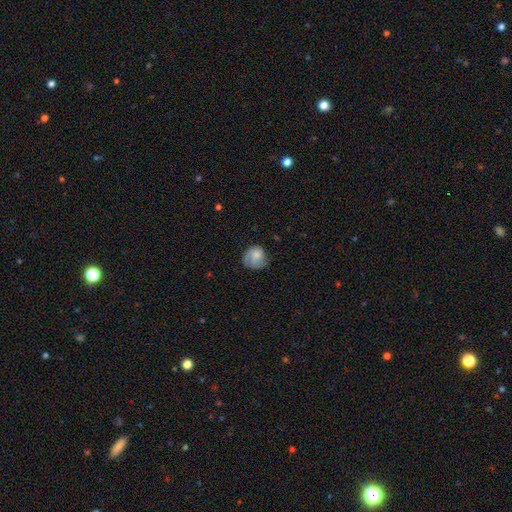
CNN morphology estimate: type=smooth (59%); roundness=round (77%); merging=none (57%).